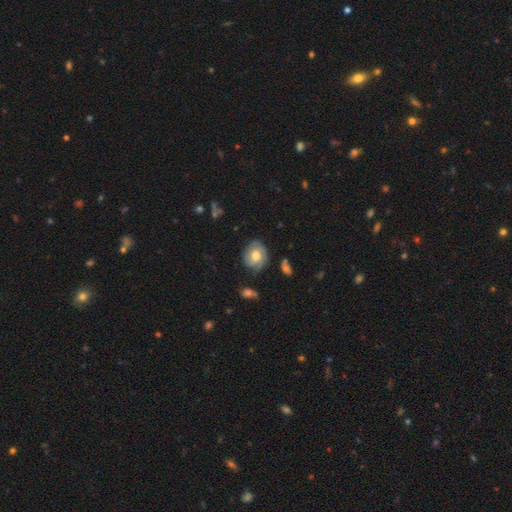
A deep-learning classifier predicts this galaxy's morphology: This is possibly a featured or disk galaxy (50%). Merging: likely none (71%).